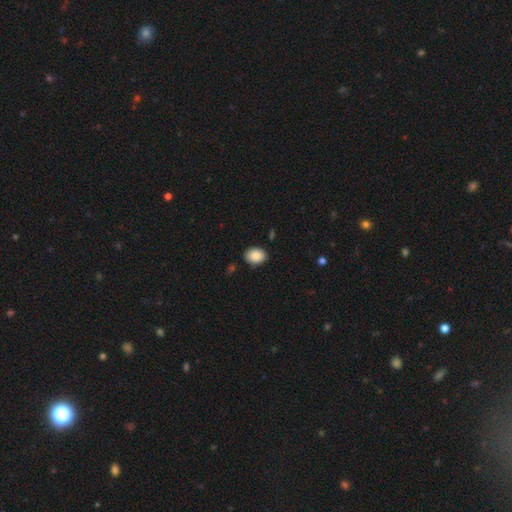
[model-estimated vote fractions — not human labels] A smooth galaxy with no disk features (88%) that is in between round and cigar-shaped (69%). Merging: none (87%).